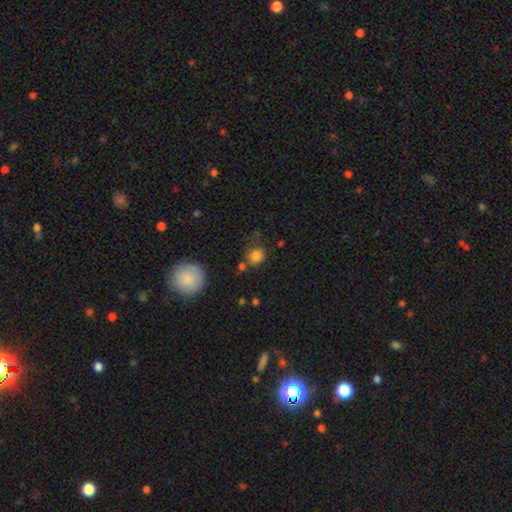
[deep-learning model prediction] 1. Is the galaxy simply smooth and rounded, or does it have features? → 82% smooth, 12% star or artifact, 6% featured or disk.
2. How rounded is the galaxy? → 83% round, 16% in between, 1% cigar-shaped.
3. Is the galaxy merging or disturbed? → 64% none, 18% minor disturbance, 11% merger, 7% major disturbance.